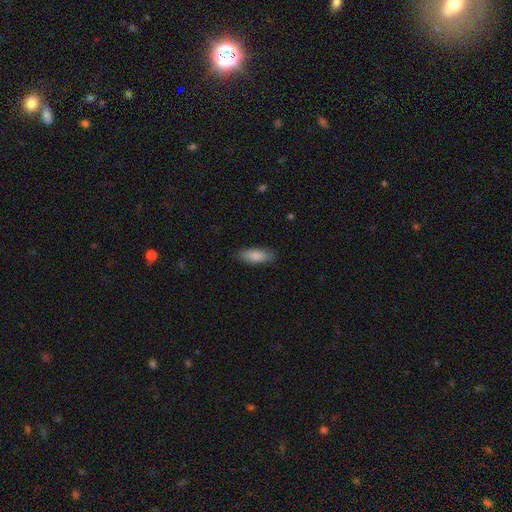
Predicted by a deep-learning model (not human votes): Q: Smooth or featured?
A: smooth (85%); runner-up: featured or disk (9%)
Q: How rounded?
A: in between (76%); runner-up: cigar-shaped (22%)
Q: Merging?
A: none (83%); runner-up: minor disturbance (13%)